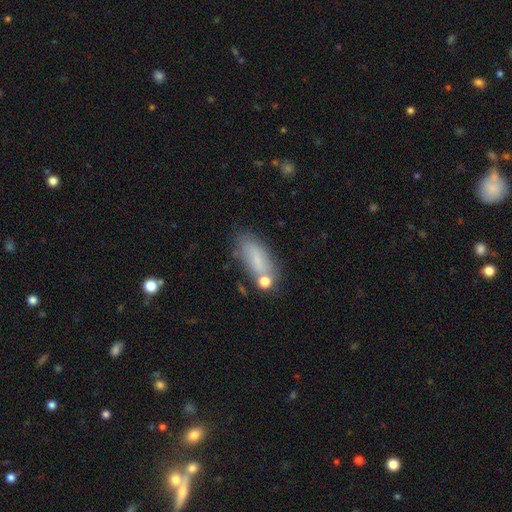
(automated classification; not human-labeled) Overall: smooth (69%). How rounded: in between (67%; cigar-shaped 29%). Merging: none (64%).